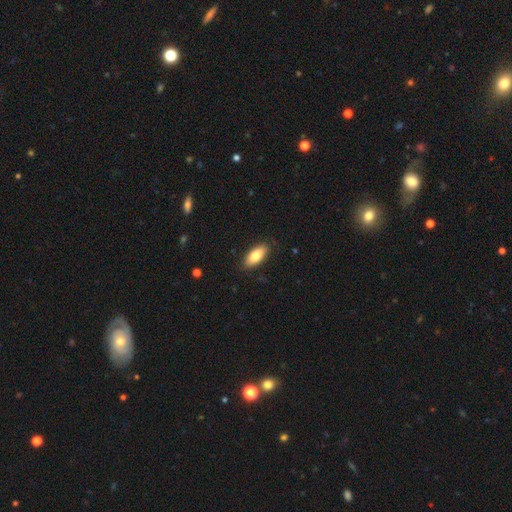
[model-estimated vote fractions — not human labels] smooth_or_featured: smooth (p=0.80) [alt: featured or disk p=0.14]
how_rounded: in between (p=0.84) [alt: cigar-shaped p=0.13]
merging: none (p=0.87) [alt: minor disturbance p=0.10]